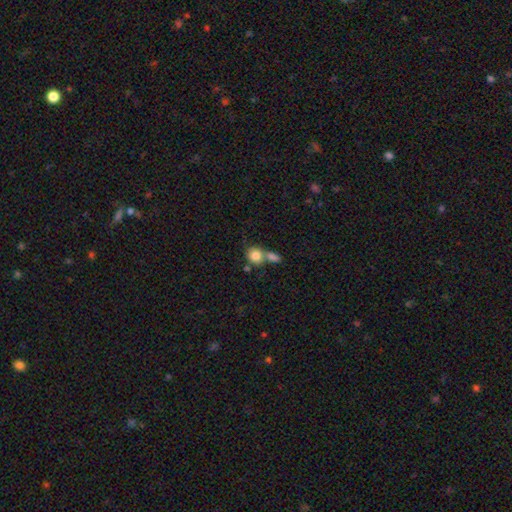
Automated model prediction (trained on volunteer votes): The model was most divided on "merging": merger: 46%, none: 40%, minor disturbance: 10%, major disturbance: 4%. More confident: smooth or featured — smooth (82%); how rounded — round (71%).